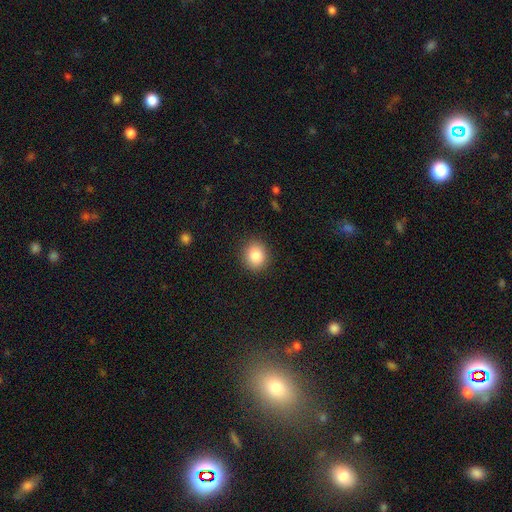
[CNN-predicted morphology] Smooth or featured? smooth (85%)
How rounded? round (77%)
Merging? none (90%)